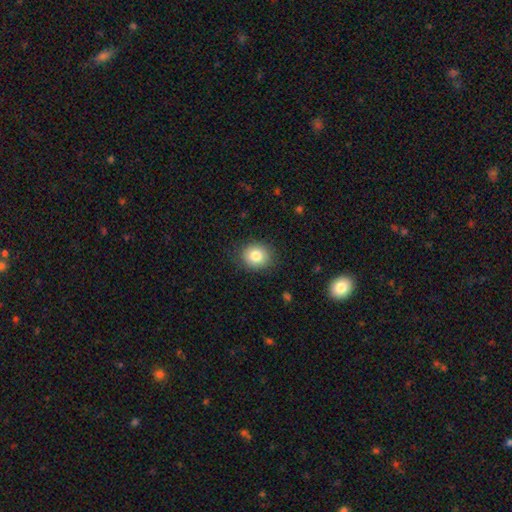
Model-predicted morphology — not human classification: Smooth or featured? smooth (81%)
How rounded? round (77%)
Merging? none (85%)